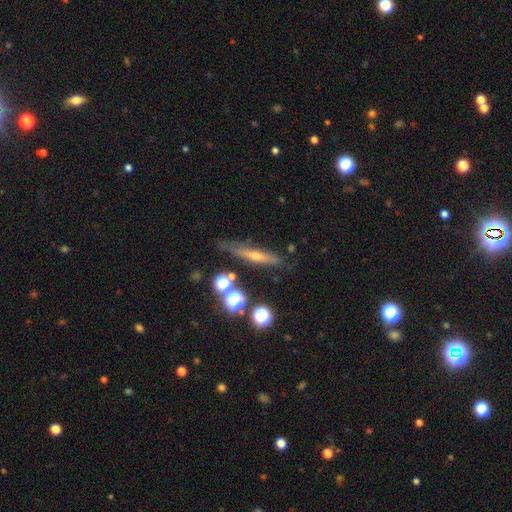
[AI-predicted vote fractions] Morphology: type=featured or disk (53%); edge-on=yes (86%); merging=none (73%).